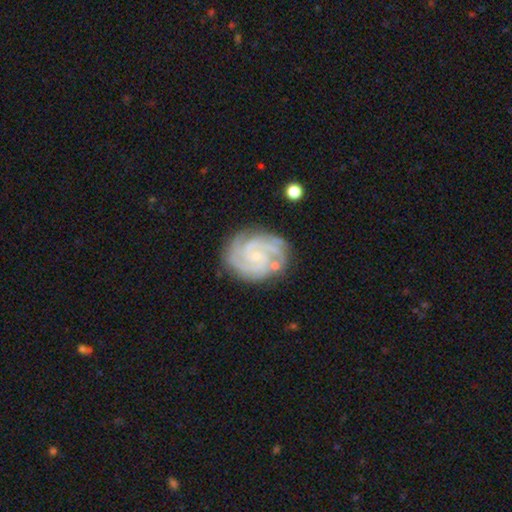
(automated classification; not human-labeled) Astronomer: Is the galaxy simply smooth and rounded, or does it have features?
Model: featured or disk — 90%.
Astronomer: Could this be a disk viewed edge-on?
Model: no — 98%.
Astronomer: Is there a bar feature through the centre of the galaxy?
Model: no — 63%.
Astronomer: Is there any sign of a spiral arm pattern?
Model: yes — 98%.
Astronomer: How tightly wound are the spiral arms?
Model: tight — 74%.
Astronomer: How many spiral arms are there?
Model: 3 — 41% (runner-up: 2, 25%).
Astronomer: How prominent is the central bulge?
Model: small — 74%.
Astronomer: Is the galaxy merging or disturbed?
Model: none — 78%.